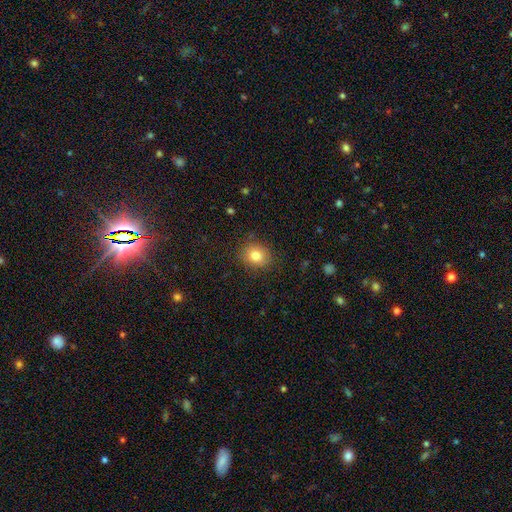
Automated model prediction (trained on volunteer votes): Smooth or featured? Predicted: smooth (p=0.81). How rounded? Predicted: round (p=0.66). Merging? Predicted: none (p=0.85).